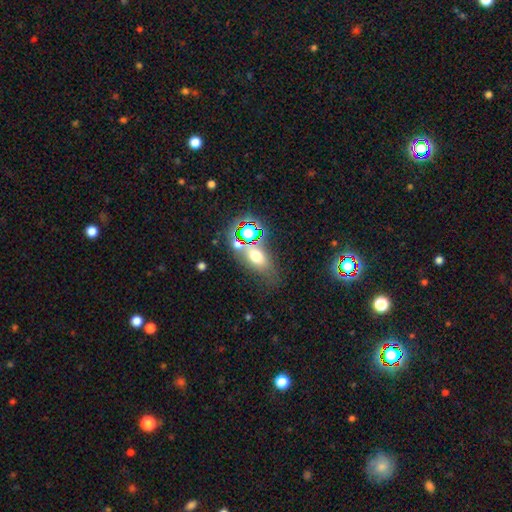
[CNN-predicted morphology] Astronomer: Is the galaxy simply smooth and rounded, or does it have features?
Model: smooth — 60%.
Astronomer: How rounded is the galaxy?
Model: in between — 67%.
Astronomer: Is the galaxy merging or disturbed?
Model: none — 58%.